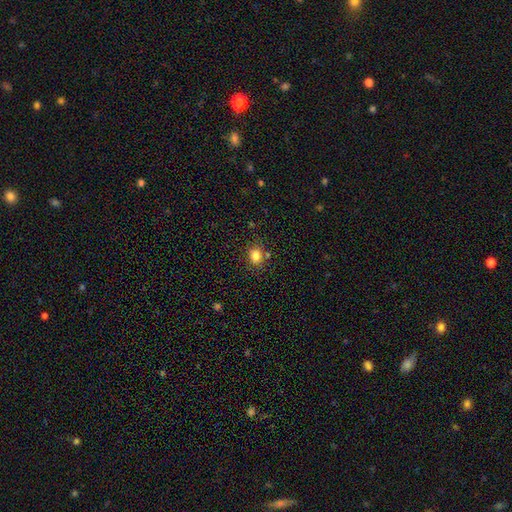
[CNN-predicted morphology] smooth 82%, star or artifact 12%, featured or disk 6%. Down the decision tree: how rounded — round (57%); merging — none (79%).